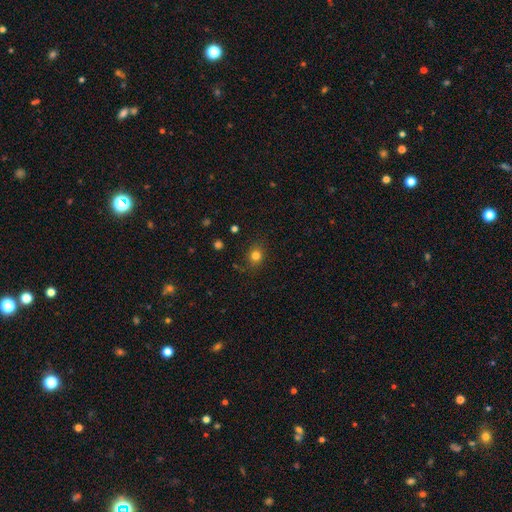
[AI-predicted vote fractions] smooth 80%, star or artifact 14%, featured or disk 6%. Down the decision tree: how rounded — round (72%); merging — none (85%).